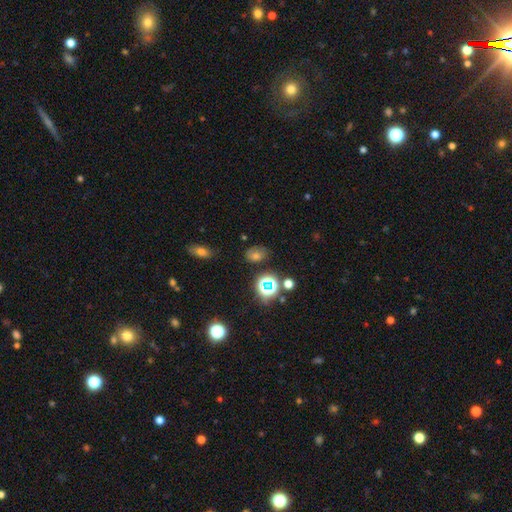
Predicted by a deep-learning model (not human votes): Smooth or featured? Predicted: smooth (p=0.46). Merging? Predicted: none (p=0.78).